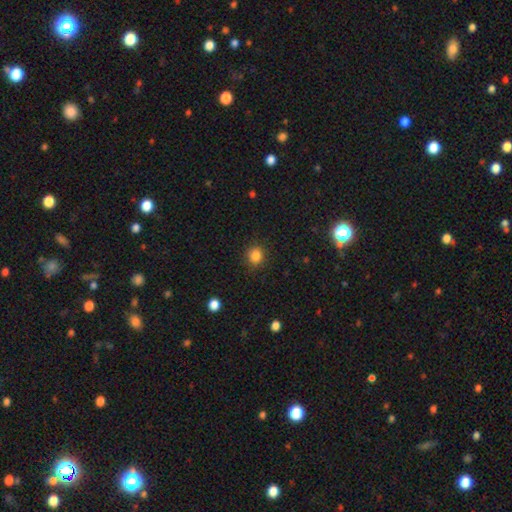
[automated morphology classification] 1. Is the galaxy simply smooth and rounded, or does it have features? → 84% smooth, 12% star or artifact, 4% featured or disk.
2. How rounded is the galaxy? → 83% round, 16% in between, 1% cigar-shaped.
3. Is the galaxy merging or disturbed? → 88% none, 8% minor disturbance, 3% major disturbance, 1% merger.